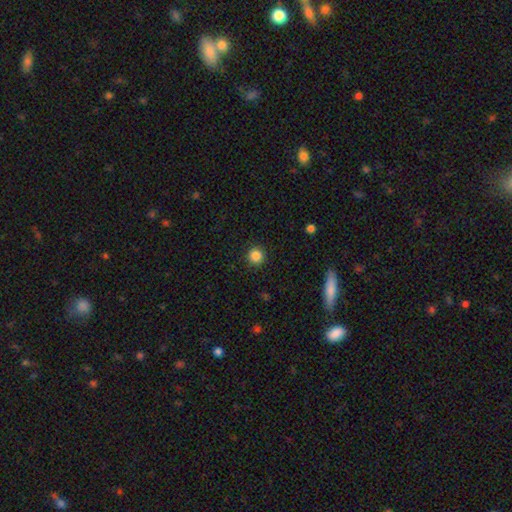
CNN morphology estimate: A smooth galaxy with no disk features (85%) that is round (95%).

Vote fractions:
- Smooth or featured? smooth: 85% / star or artifact: 11% / featured or disk: 4%
- How rounded? round: 95% / in between: 4% / cigar-shaped: 1%
- Merging? none: 92% / minor disturbance: 5% / major disturbance: 2% / merger: 1%